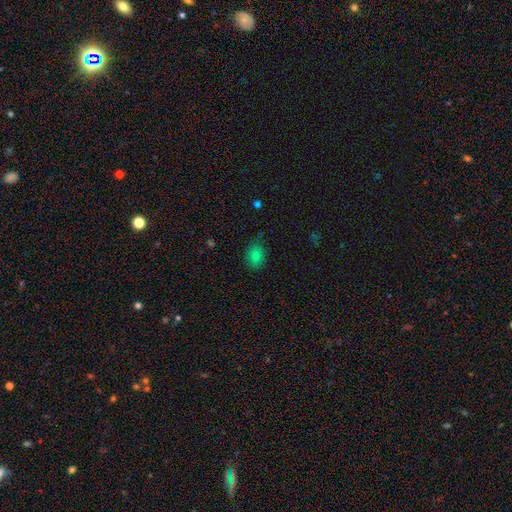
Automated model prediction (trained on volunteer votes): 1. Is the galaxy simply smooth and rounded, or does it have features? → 76% smooth, 12% star or artifact, 11% featured or disk.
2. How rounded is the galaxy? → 64% in between, 34% round, 1% cigar-shaped.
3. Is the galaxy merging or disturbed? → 71% none, 23% minor disturbance, 4% major disturbance, 1% merger.